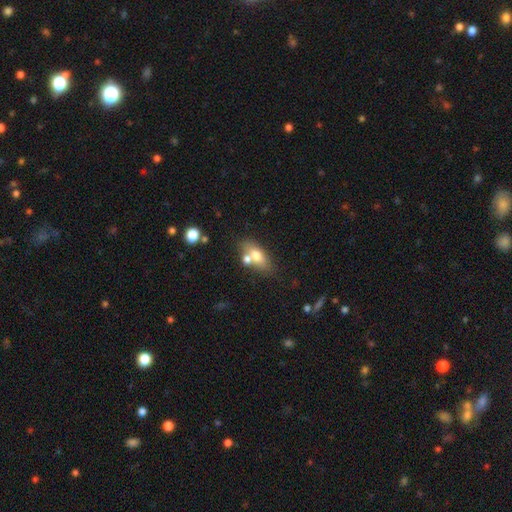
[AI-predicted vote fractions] The model was most divided on "merging": none: 54%, merger: 28%, minor disturbance: 13%, major disturbance: 5%. More confident: how rounded — in between (79%); smooth or featured — smooth (68%).